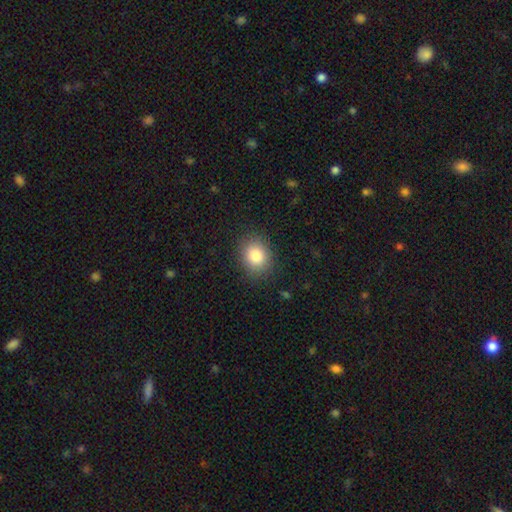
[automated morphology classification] Smooth or featured?
  - smooth: 84% *
  - star or artifact: 9%
  - featured or disk: 7%
How rounded?
  - round: 56% *
  - in between: 43%
  - cigar-shaped: 1%
Merging?
  - none: 86% *
  - minor disturbance: 10%
  - major disturbance: 3%
  - merger: 1%